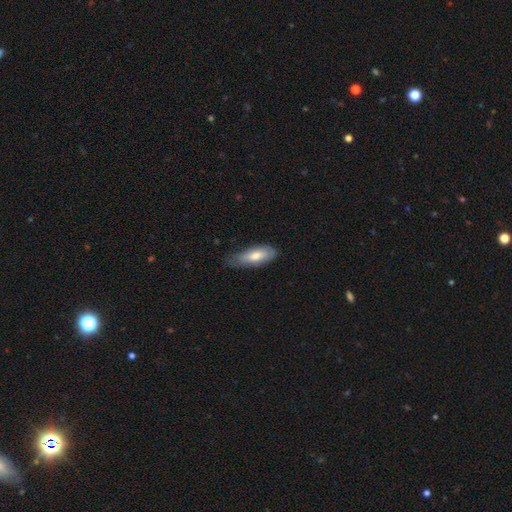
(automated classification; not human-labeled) Overall: smooth (67%). How rounded: in between (61%; cigar-shaped 37%). Merging: none (63%; minor disturbance 30%).